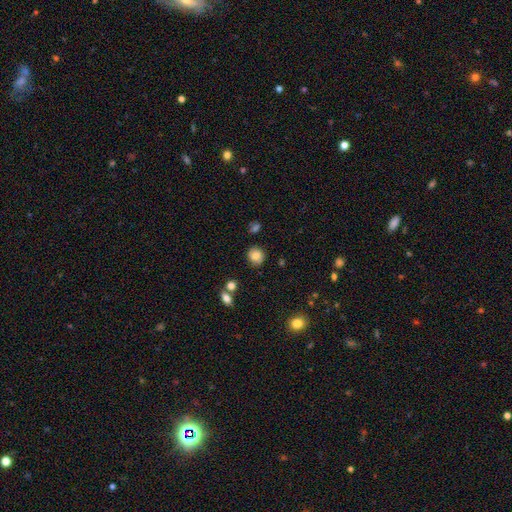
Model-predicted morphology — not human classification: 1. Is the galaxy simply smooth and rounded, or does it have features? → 80% smooth, 10% star or artifact, 10% featured or disk.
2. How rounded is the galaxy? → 81% round, 18% in between, 1% cigar-shaped.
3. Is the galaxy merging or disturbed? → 80% none, 14% minor disturbance, 4% merger, 3% major disturbance.